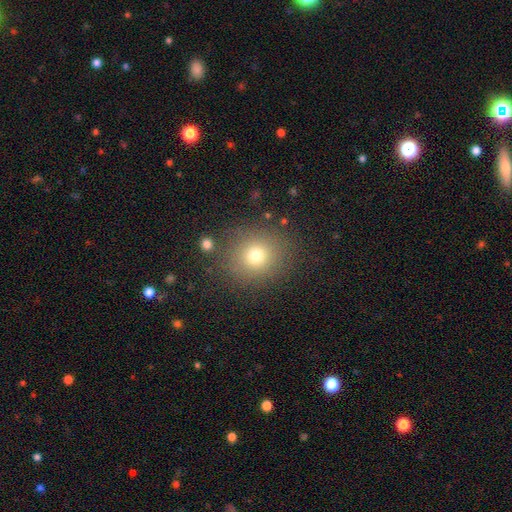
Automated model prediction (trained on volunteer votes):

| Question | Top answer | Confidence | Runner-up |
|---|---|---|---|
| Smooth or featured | smooth | 73% | star or artifact (16%) |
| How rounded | round | 79% | in between (20%) |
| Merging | none | 84% | minor disturbance (9%) |